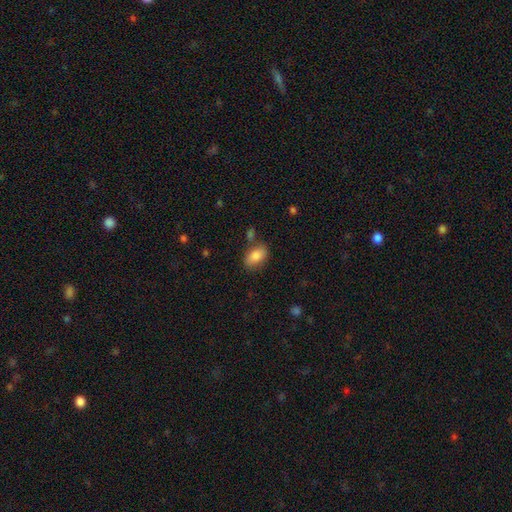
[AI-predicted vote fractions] Overall: smooth (84%). How rounded: in between (90%). Merging: none (73%).